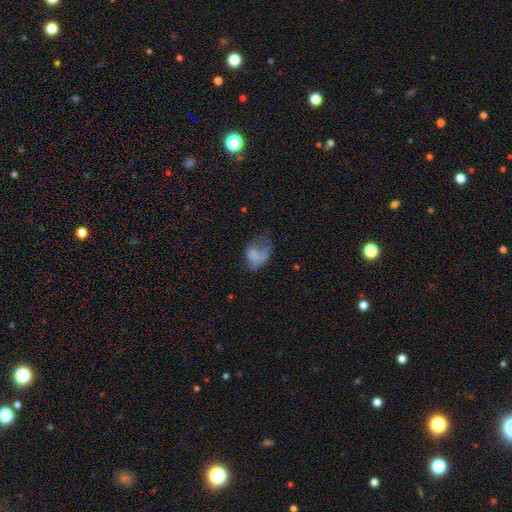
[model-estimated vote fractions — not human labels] Smooth or featured?
  - smooth: 61% *
  - featured or disk: 28%
  - star or artifact: 11%
How rounded?
  - in between: 77% *
  - round: 22%
  - cigar-shaped: 1%
Merging?
  - major disturbance: 45% *
  - minor disturbance: 26%
  - none: 24%
  - merger: 5%